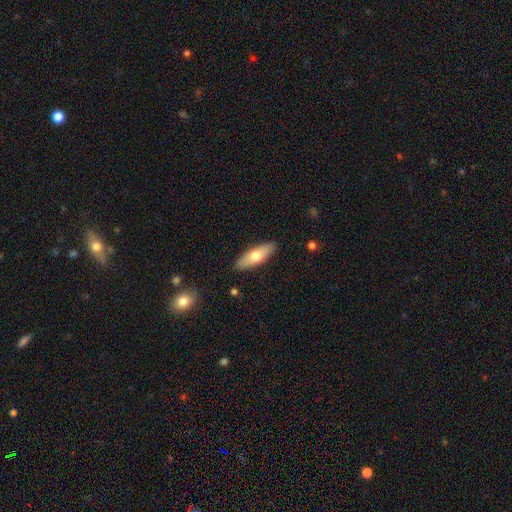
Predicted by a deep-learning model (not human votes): Smooth or featured? smooth (67%)
How rounded? in between (57%)
Merging? none (88%)